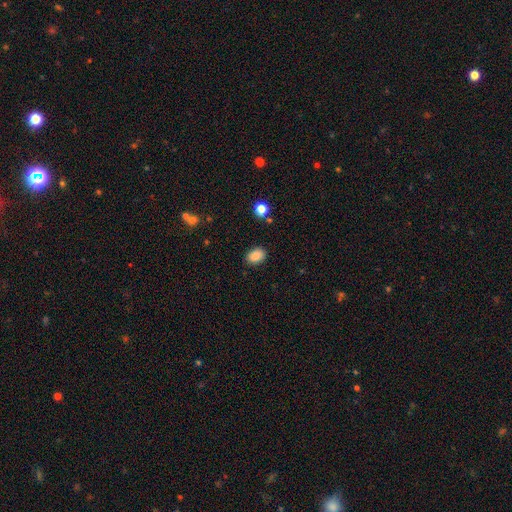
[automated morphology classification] smooth_or_featured: smooth (p=0.86) [alt: star or artifact p=0.09]
how_rounded: in between (p=0.75) [alt: round p=0.24]
merging: none (p=0.87) [alt: minor disturbance p=0.09]